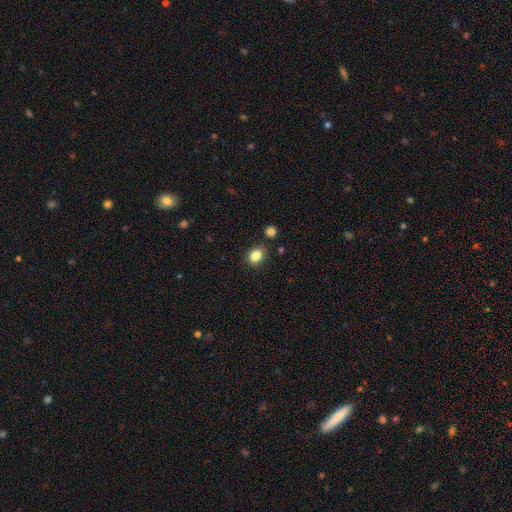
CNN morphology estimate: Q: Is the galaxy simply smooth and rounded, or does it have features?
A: smooth — 85%.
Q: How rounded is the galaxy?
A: in between — 51%.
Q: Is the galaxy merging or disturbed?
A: none — 82%.